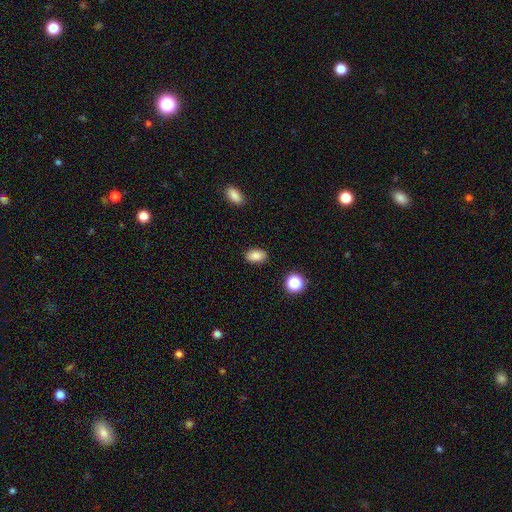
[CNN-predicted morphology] A smooth galaxy with no disk features (85%) that is in between round and cigar-shaped (86%). Merging: none (86%).